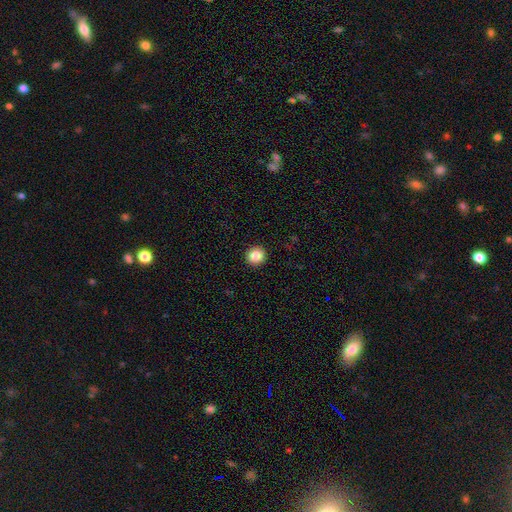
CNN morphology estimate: Smooth or featured?
  - smooth: 87% *
  - star or artifact: 9%
  - featured or disk: 4%
How rounded?
  - round: 91% *
  - in between: 8%
  - cigar-shaped: 1%
Merging?
  - none: 93% *
  - minor disturbance: 5%
  - major disturbance: 2%
  - merger: 1%